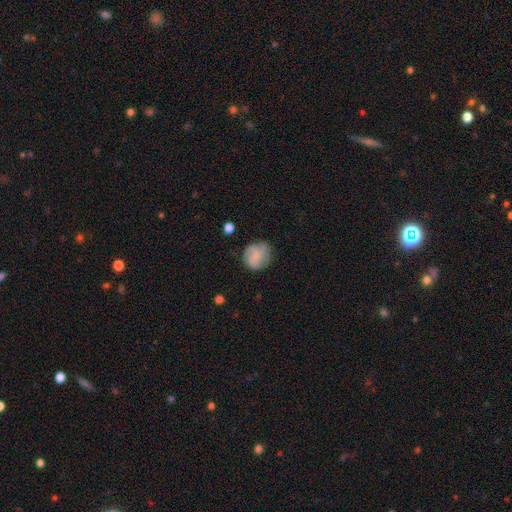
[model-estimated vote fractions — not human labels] Smooth or featured?
  - smooth: 53% *
  - featured or disk: 38%
  - star or artifact: 9%
How rounded?
  - round: 77% *
  - in between: 22%
  - cigar-shaped: 1%
Merging?
  - none: 66% *
  - minor disturbance: 22%
  - major disturbance: 10%
  - merger: 2%